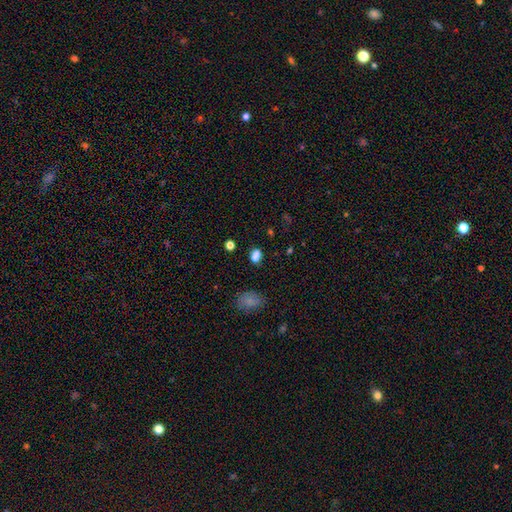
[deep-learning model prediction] The model was most divided on "how rounded": in between: 70%, round: 28%, cigar-shaped: 2%. More confident: smooth or featured — smooth (77%); merging — none (74%).